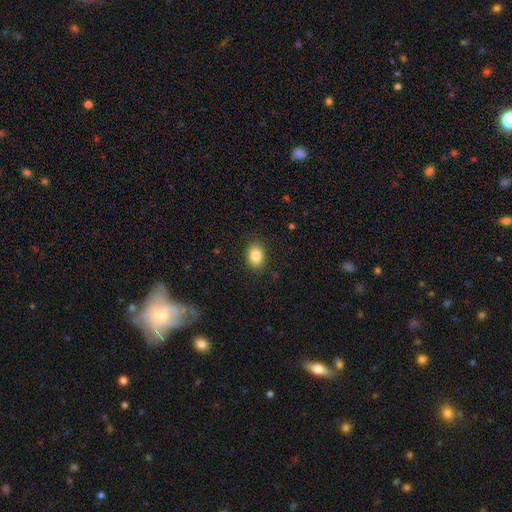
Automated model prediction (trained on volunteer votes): Q: Smooth or featured?
A: smooth (85%); runner-up: star or artifact (9%)
Q: How rounded?
A: in between (69%); runner-up: round (30%)
Q: Merging?
A: none (88%); runner-up: minor disturbance (8%)